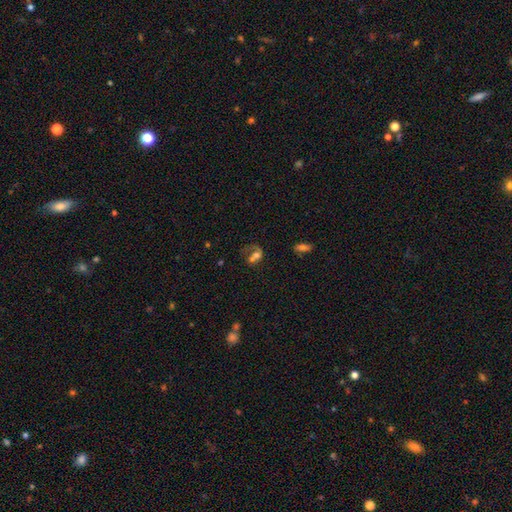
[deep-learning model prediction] smooth_or_featured: smooth (p=0.46) [alt: featured or disk p=0.40]
merging: merger (p=0.43) [alt: major disturbance p=0.24]